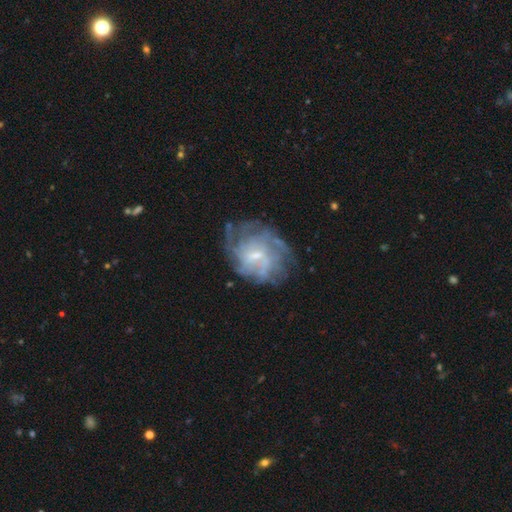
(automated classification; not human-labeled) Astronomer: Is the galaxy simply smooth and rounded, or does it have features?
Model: featured or disk — 76%.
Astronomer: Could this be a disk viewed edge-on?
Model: no — 97%.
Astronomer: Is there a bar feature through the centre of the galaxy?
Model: weak — 50% (runner-up: no, 41%).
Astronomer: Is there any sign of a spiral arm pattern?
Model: yes — 82%.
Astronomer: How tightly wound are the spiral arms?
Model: tight — 47% (runner-up: medium, 35%).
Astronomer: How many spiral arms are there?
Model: can't tell — 53%.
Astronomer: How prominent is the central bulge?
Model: small — 62%.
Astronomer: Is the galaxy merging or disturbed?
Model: none — 64%.